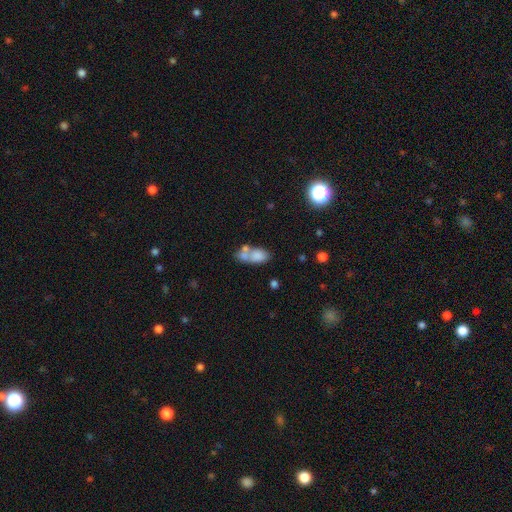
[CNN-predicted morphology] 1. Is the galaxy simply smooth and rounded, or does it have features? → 69% smooth, 21% featured or disk, 10% star or artifact.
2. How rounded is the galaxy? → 84% in between, 12% round, 4% cigar-shaped.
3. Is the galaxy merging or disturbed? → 52% merger, 28% none, 12% minor disturbance, 8% major disturbance.